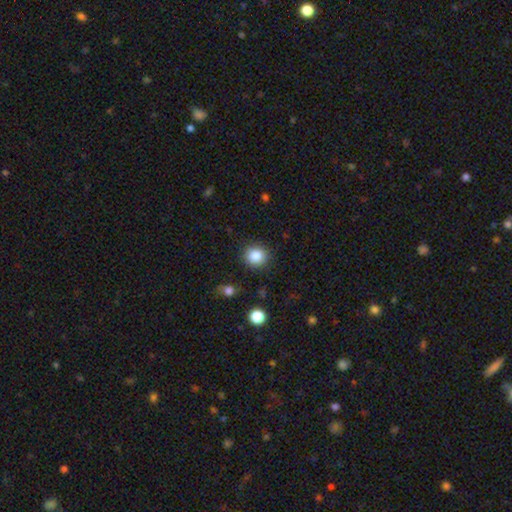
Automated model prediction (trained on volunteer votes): smooth-or-featured: smooth: 86% | star or artifact: 10% | featured or disk: 4%
  how-rounded: round: 87% | in between: 12% | cigar-shaped: 1%
  merging: none: 89% | minor disturbance: 7% | major disturbance: 3% | merger: 2%